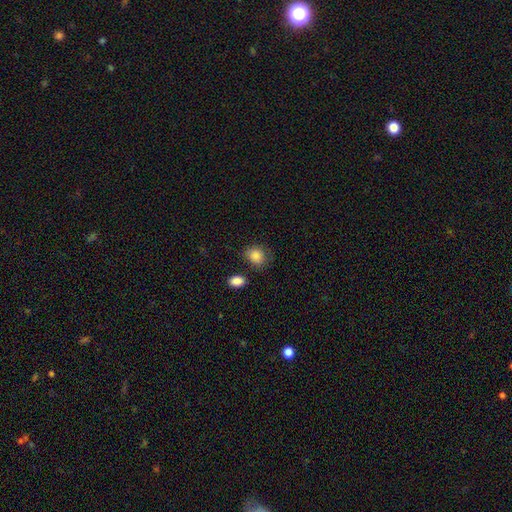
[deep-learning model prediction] Smooth or featured? smooth (87%)
How rounded? round (61%)
Merging? none (70%)